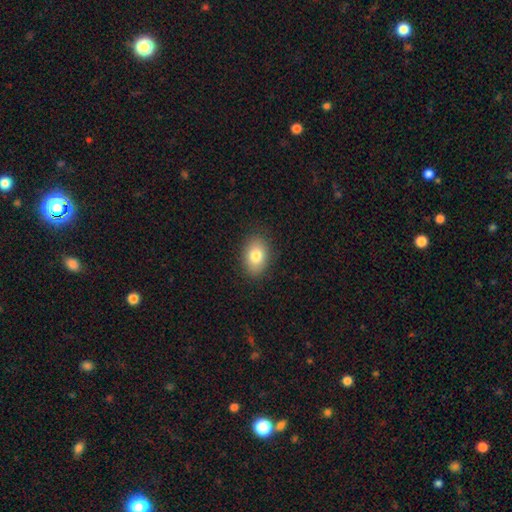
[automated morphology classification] smooth_or_featured: smooth (p=0.81) [alt: featured or disk p=0.10]
how_rounded: in between (p=0.80) [alt: round p=0.19]
merging: none (p=0.88) [alt: minor disturbance p=0.09]